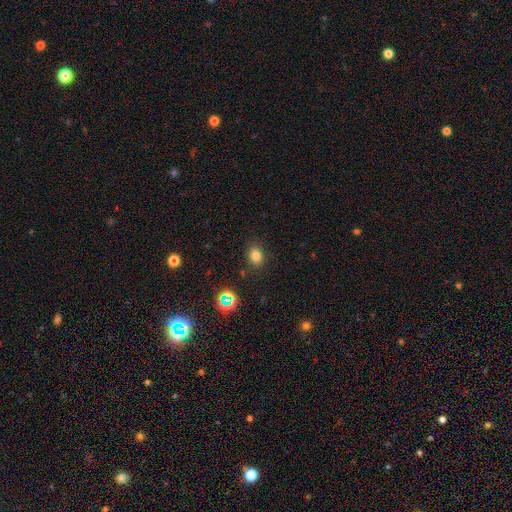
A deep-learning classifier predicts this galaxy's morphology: Q: Smooth or featured?
A: smooth (77%); runner-up: star or artifact (16%)
Q: How rounded?
A: in between (50%); runner-up: round (49%)
Q: Merging?
A: none (83%); runner-up: minor disturbance (11%)